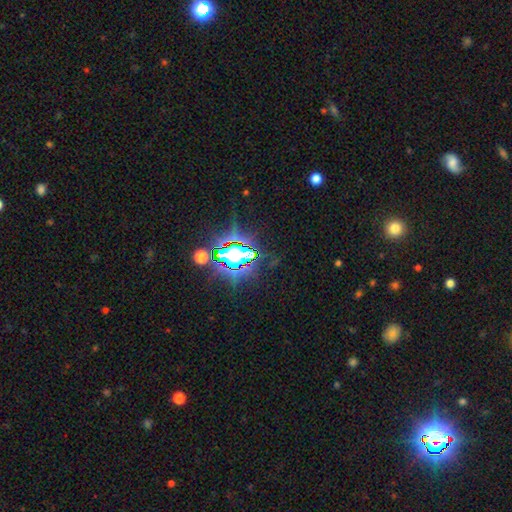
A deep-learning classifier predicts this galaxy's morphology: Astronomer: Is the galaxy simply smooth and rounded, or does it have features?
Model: star or artifact — 79%.